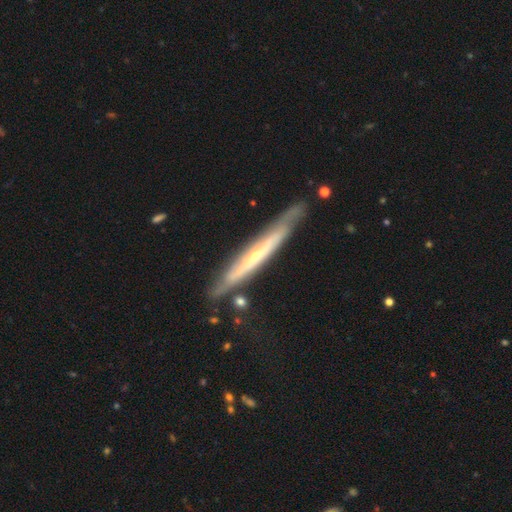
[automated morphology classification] Smooth or featured: featured or disk — 72% (smooth — 22%)
Edge-on disk: yes — 82% (no — 18%)
Edge-on bulge: rounded — 60% (none — 37%)
Merging: none — 78% (minor disturbance — 15%)